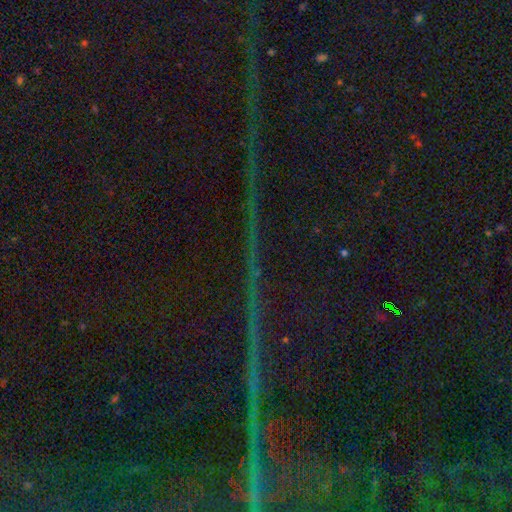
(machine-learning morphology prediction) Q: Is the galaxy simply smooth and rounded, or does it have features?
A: star or artifact — 84%.